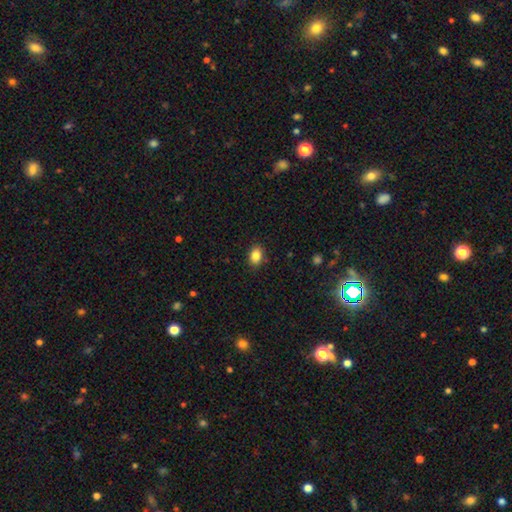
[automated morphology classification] Smooth or featured: smooth — 85% (star or artifact — 9%)
How rounded: in between — 75% (round — 24%)
Merging: none — 88% (minor disturbance — 9%)